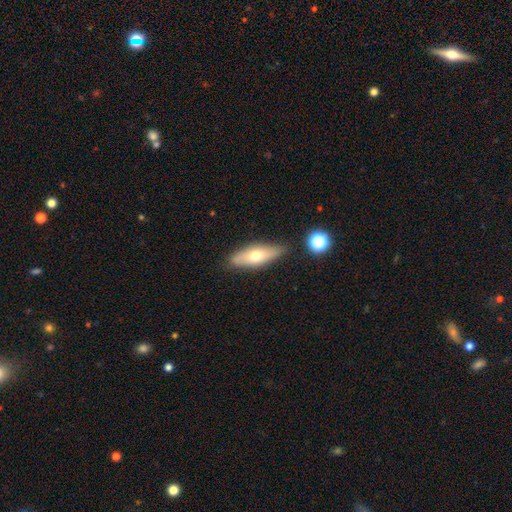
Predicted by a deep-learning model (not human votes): Morphology: type=smooth (59%); roundness=in between (56%); merging=none (80%).